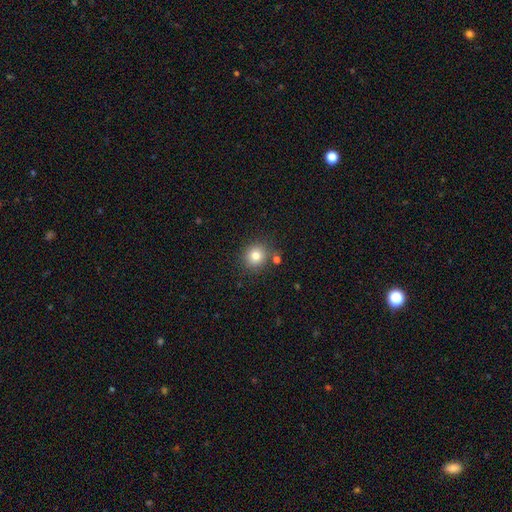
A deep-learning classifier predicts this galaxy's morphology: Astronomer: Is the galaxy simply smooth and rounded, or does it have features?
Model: smooth — 81%.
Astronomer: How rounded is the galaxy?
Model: round — 87%.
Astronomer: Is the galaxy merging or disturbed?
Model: none — 82%.